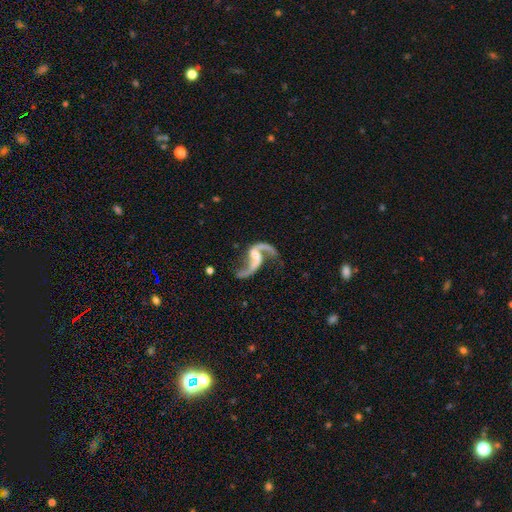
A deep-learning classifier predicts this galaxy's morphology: type=featured or disk (91%); edge-on=no (97%); bar=weak (44%); spiral arms=yes (96%); winding=loose (85%); arm count=2 (92%); bulge=small (38%); merging=none (57%).